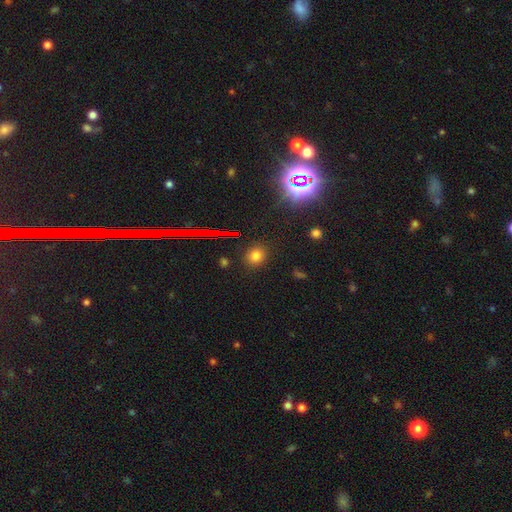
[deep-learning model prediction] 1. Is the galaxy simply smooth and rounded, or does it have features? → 75% smooth, 18% star or artifact, 7% featured or disk.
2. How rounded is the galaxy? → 75% round, 24% in between, 1% cigar-shaped.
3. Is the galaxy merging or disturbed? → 88% none, 8% minor disturbance, 3% major disturbance, 2% merger.